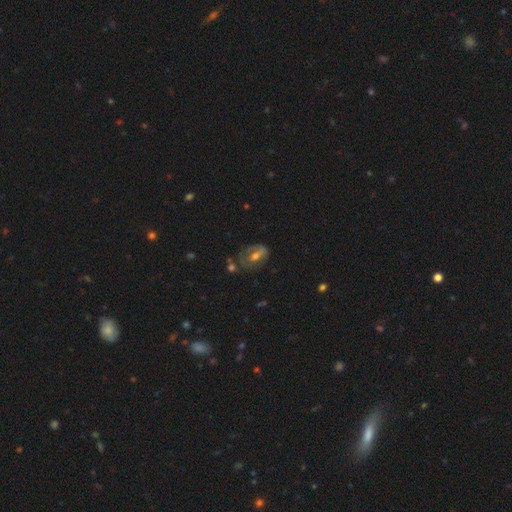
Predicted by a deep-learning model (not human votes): The model was most divided on "smooth or featured": featured or disk: 49%, smooth: 36%, star or artifact: 15%. More confident: merging — none (52%).